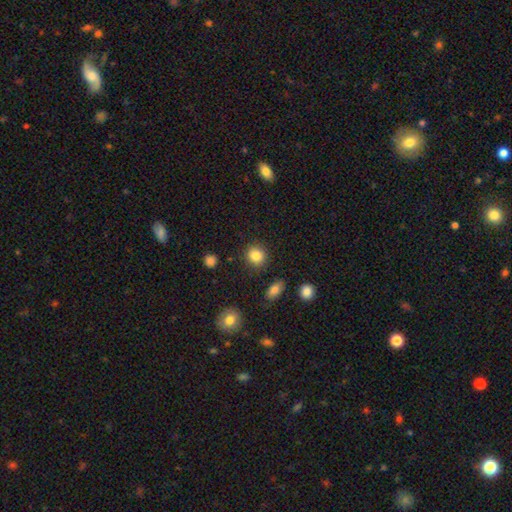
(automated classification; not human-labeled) Smooth or featured? smooth (86%)
How rounded? round (85%)
Merging? none (88%)